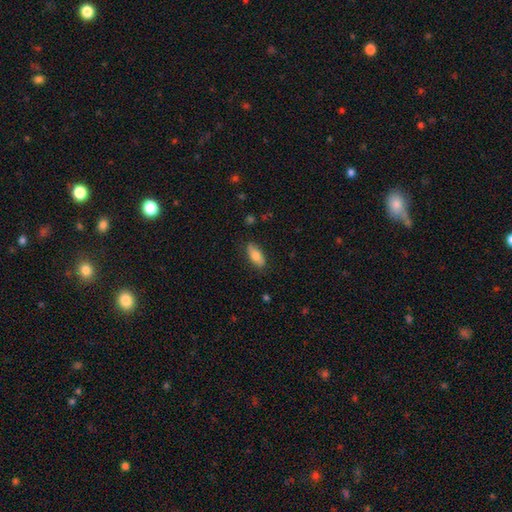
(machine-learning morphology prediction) The model was most divided on "smooth or featured": smooth: 78%, featured or disk: 16%, star or artifact: 6%. More confident: merging — none (82%); how rounded — in between (81%).